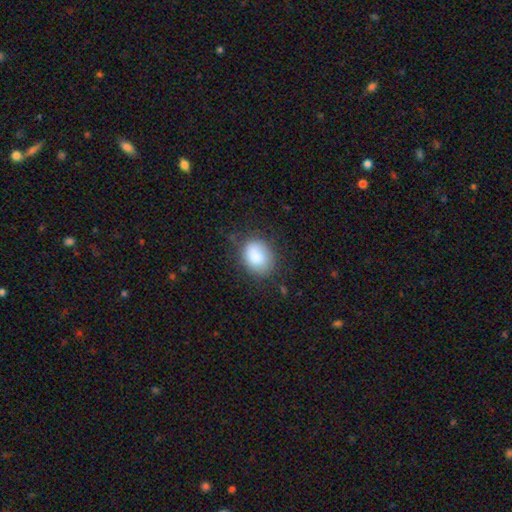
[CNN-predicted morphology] Q: Smooth or featured?
A: smooth (85%); runner-up: star or artifact (7%)
Q: How rounded?
A: in between (56%); runner-up: round (43%)
Q: Merging?
A: none (70%); runner-up: minor disturbance (20%)